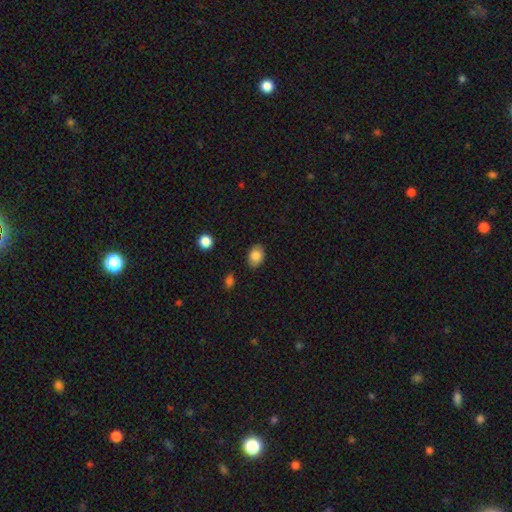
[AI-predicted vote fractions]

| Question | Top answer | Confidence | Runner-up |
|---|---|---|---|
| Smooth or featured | smooth | 84% | featured or disk (8%) |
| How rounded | in between | 74% | round (25%) |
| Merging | none | 86% | minor disturbance (10%) |